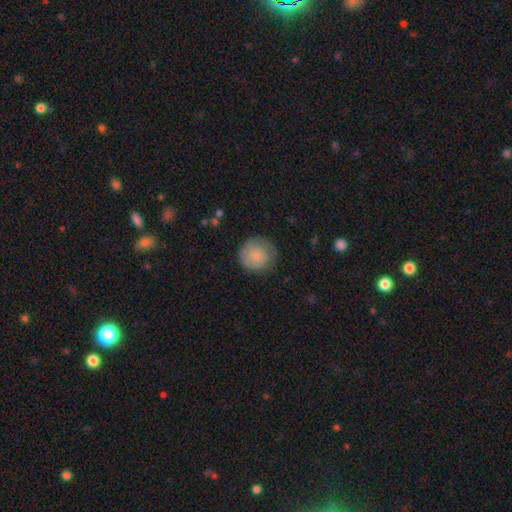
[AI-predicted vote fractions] Morphology: type=smooth (81%); roundness=round (94%); merging=none (77%).